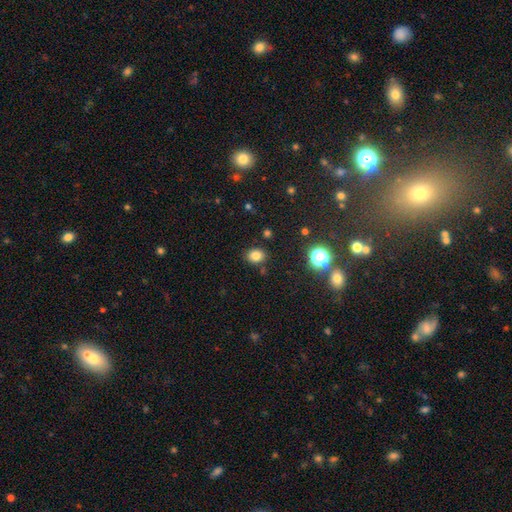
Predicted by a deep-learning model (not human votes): A smooth galaxy with no disk features (80%) that is in between round and cigar-shaped (55%). Merging: none (83%).